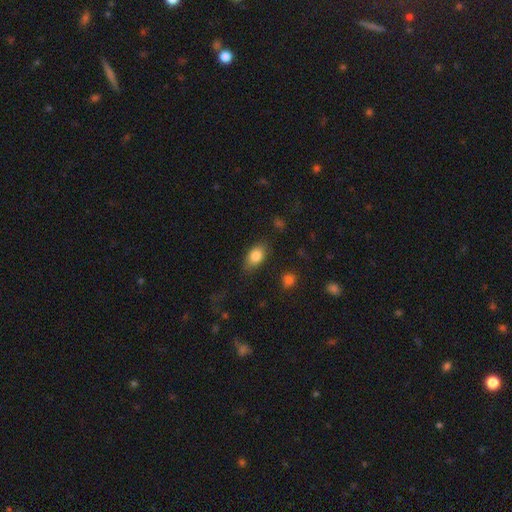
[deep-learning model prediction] A smooth galaxy with no disk features (81%) that is in between round and cigar-shaped (86%). Merging: none (81%).